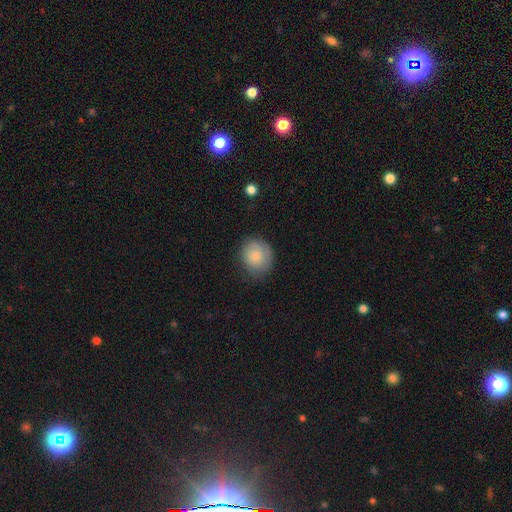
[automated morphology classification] A smooth galaxy with no disk features (80%) that is round (76%). Merging: none (74%).